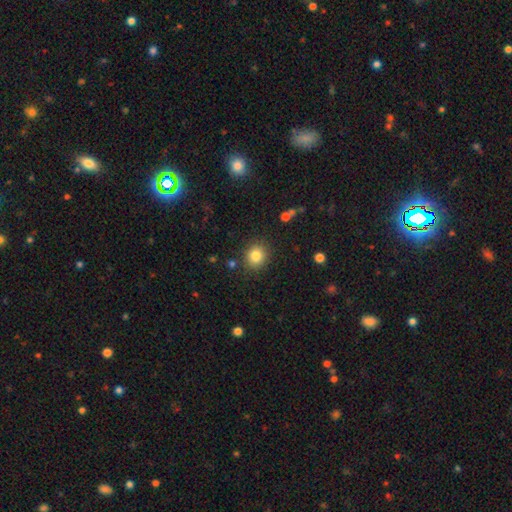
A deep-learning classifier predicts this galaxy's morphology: Overall: smooth (83%). How rounded: round (78%). Merging: none (87%).